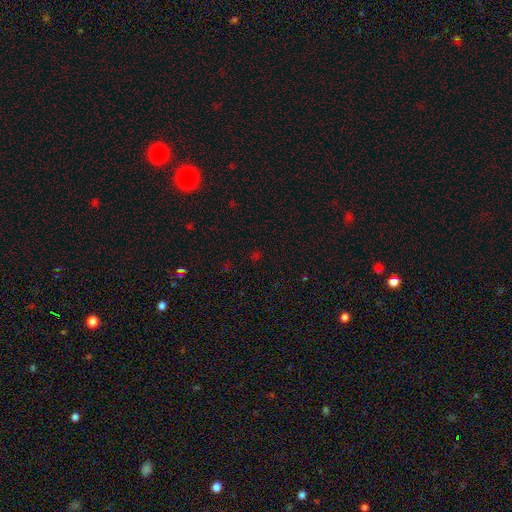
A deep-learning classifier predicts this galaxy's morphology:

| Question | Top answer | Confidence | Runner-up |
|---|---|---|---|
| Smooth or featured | star or artifact | 59% | smooth (34%) |